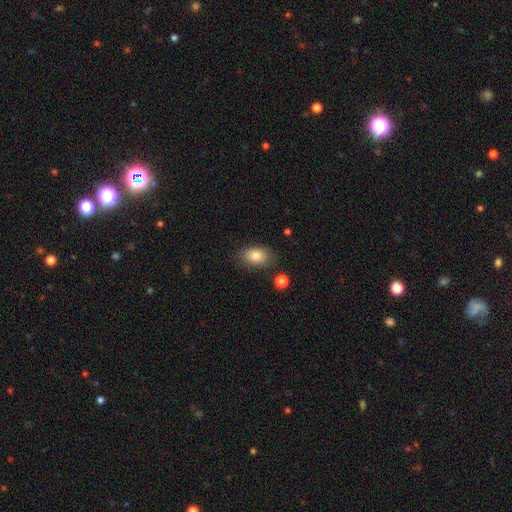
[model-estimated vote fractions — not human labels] smooth_or_featured: smooth (p=0.83) [alt: featured or disk p=0.09]
how_rounded: in between (p=0.86) [alt: round p=0.13]
merging: none (p=0.79) [alt: minor disturbance p=0.14]